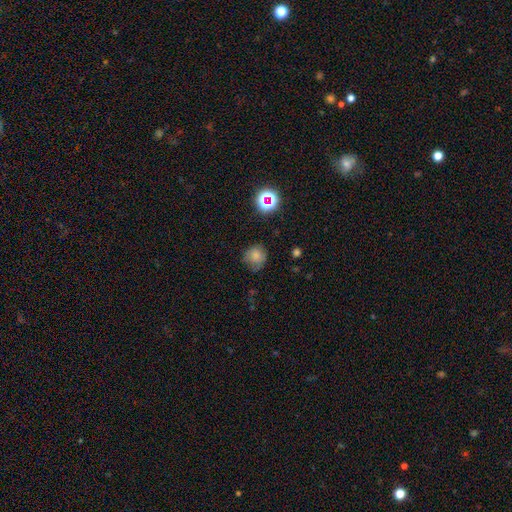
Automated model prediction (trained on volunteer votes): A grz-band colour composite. It shows a smooth galaxy with no disk features (74%) that is round (82%). Merging: none (59%).